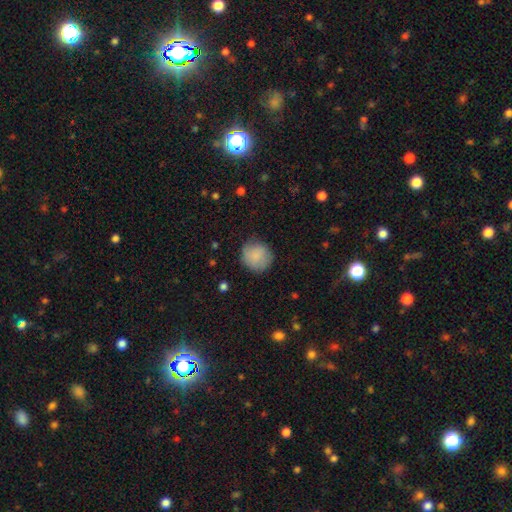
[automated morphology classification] smooth 83%, featured or disk 10%, star or artifact 7%. Down the decision tree: how rounded — round (89%); merging — none (76%).